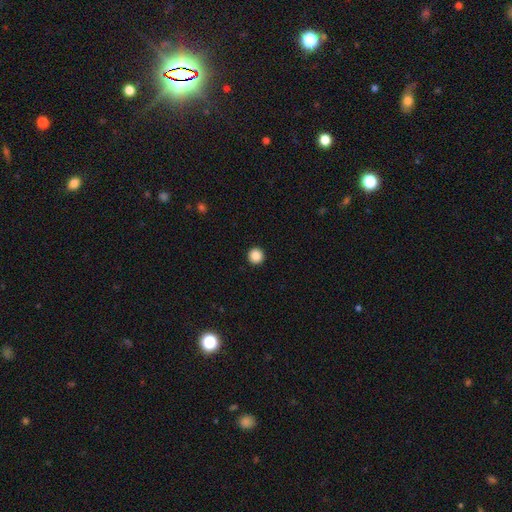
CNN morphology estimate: The model was most divided on "smooth or featured": smooth: 88%, star or artifact: 10%, featured or disk: 3%. More confident: how rounded — round (96%); merging — none (94%).